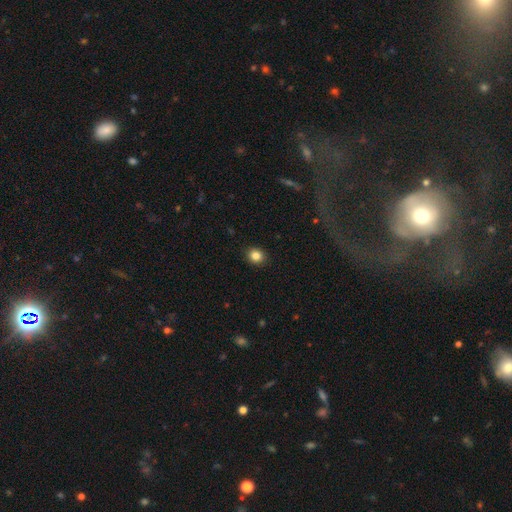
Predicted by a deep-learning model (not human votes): Smooth or featured: smooth — 85% (star or artifact — 10%)
How rounded: round — 70% (in between — 30%)
Merging: none — 90% (minor disturbance — 7%)